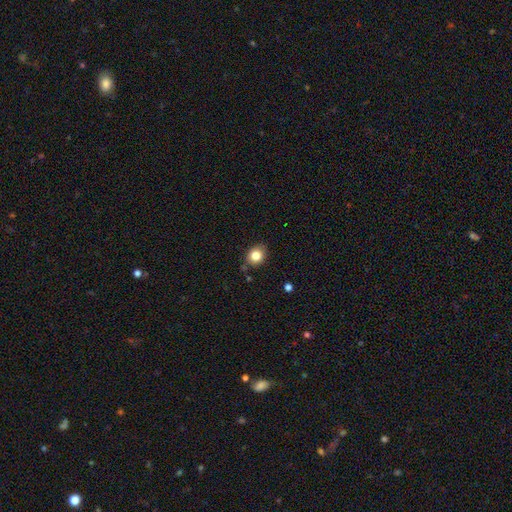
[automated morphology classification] This is clearly a smooth galaxy (82%). How rounded: possibly round (59%). Merging: likely none (79%).